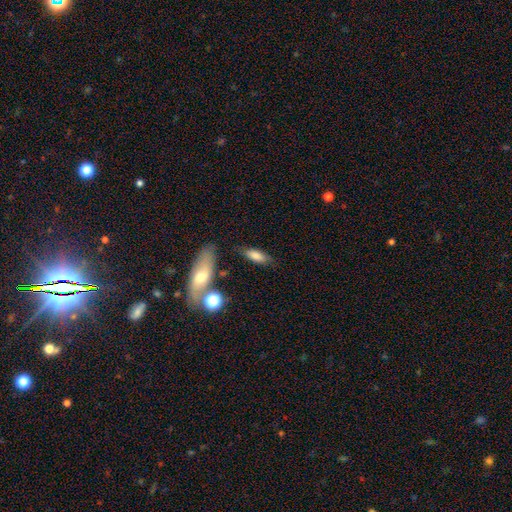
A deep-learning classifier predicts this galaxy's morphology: Smooth or featured?
  - smooth: 76% *
  - featured or disk: 16%
  - star or artifact: 8%
How rounded?
  - in between: 64% *
  - cigar-shaped: 33%
  - round: 3%
Merging?
  - none: 73% *
  - minor disturbance: 16%
  - merger: 6%
  - major disturbance: 5%